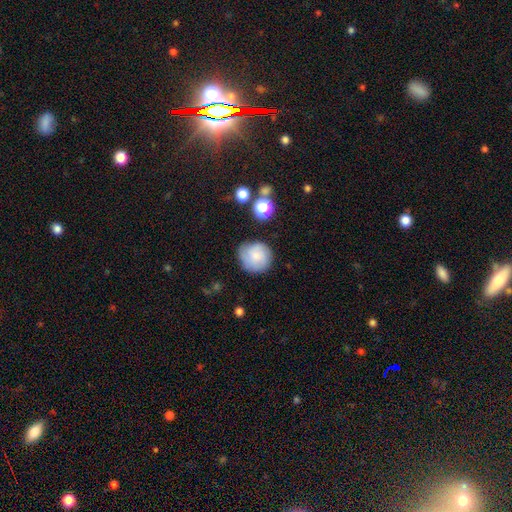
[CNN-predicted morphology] A smooth galaxy with no disk features (67%) that is round (92%).

Vote fractions:
- Smooth or featured? smooth: 67% / featured or disk: 24% / star or artifact: 9%
- How rounded? round: 92% / in between: 7% / cigar-shaped: 1%
- Merging? none: 74% / minor disturbance: 19% / major disturbance: 5% / merger: 3%